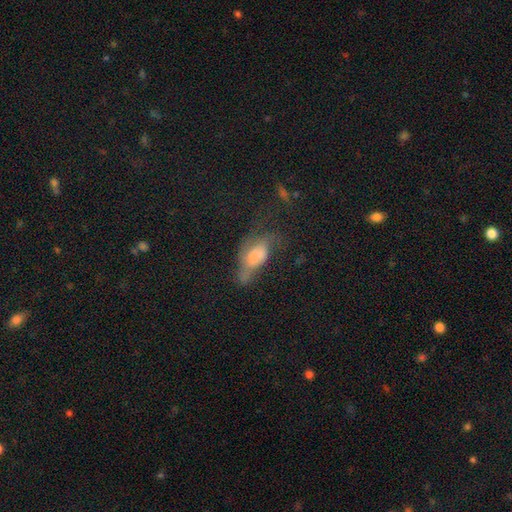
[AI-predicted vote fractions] This is possibly a smooth galaxy (56%). How rounded: clearly in between (82%). Merging: possibly major disturbance (46%).